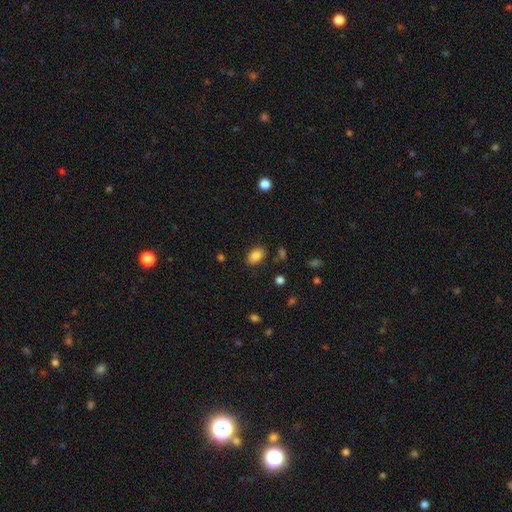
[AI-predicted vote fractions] This is clearly a smooth galaxy (86%). How rounded: clearly in between (88%). Merging: clearly none (84%).